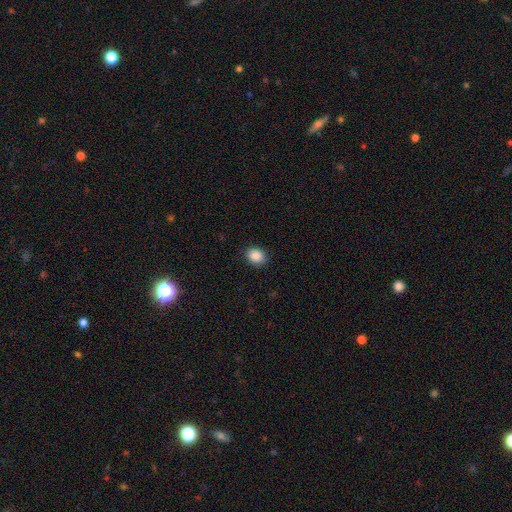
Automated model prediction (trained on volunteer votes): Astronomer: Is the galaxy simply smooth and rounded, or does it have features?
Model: smooth — 88%.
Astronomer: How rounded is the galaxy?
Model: in between — 52% (runner-up: round, 47%).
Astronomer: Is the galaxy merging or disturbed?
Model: none — 88%.